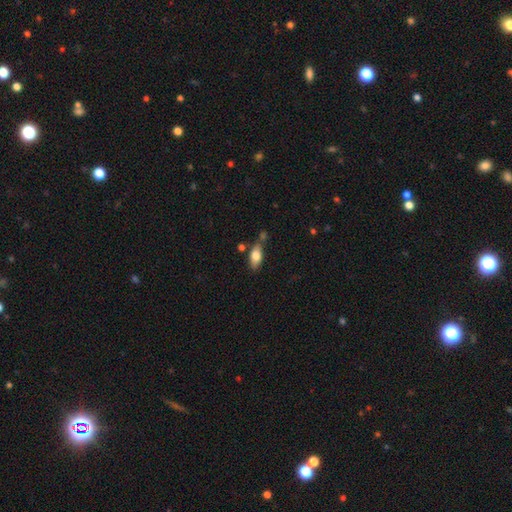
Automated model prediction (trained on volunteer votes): The model was most divided on "merging": none: 62%, minor disturbance: 19%, merger: 14%, major disturbance: 5%. More confident: how rounded — in between (85%); smooth or featured — smooth (78%).